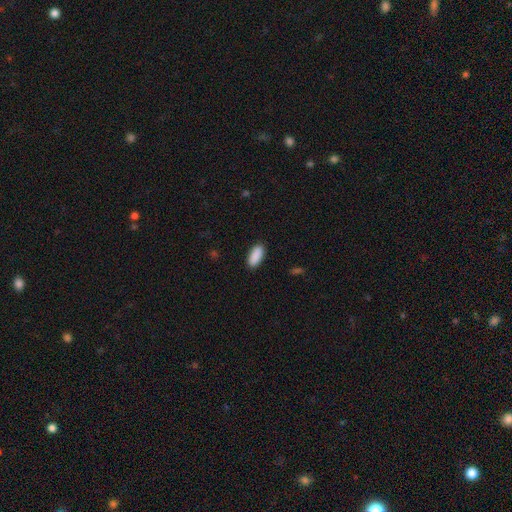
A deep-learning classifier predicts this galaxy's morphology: A smooth galaxy with no disk features (91%) that is in between round and cigar-shaped (87%).

Vote fractions:
- Smooth or featured? smooth: 91% / star or artifact: 6% / featured or disk: 3%
- How rounded? in between: 87% / cigar-shaped: 12% / round: 2%
- Merging? none: 89% / minor disturbance: 8% / major disturbance: 2% / merger: 1%